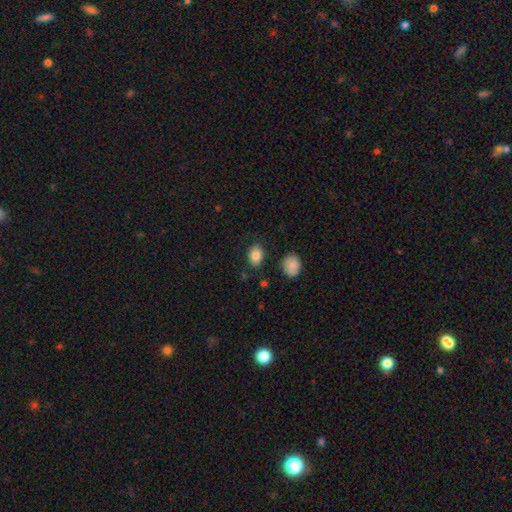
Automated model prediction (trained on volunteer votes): Q: Smooth or featured?
A: smooth (85%); runner-up: star or artifact (9%)
Q: How rounded?
A: in between (78%); runner-up: round (21%)
Q: Merging?
A: none (83%); runner-up: minor disturbance (12%)